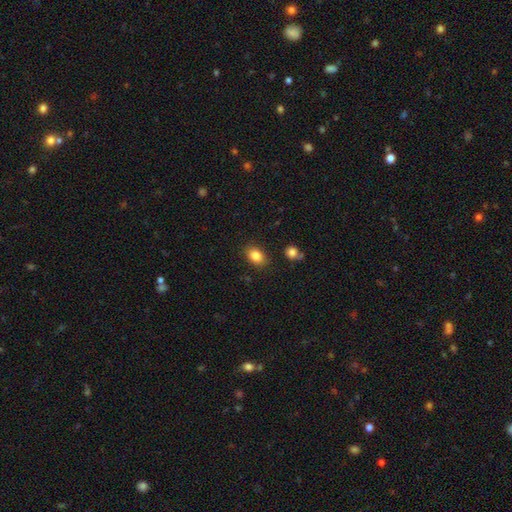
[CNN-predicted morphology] type=smooth (85%); roundness=in between (75%); merging=none (85%).